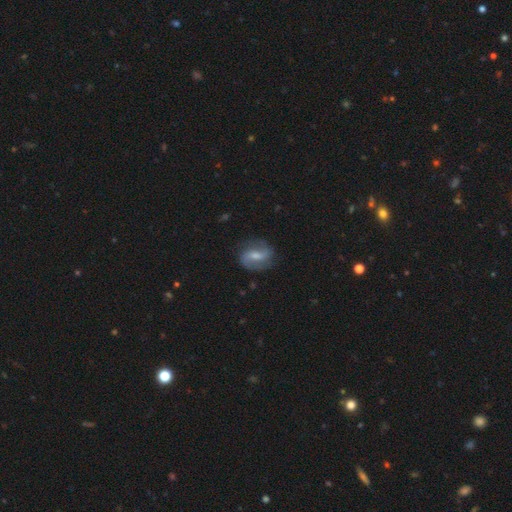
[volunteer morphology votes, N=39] Smooth or featured? featured or disk (77%)
Edge-on disk? no (90%)
Bar? weak (63%)
Spiral arms? yes (89%)
Spiral winding? loose (67%)
Spiral arm count? 2 (92%)
Bulge size? small (48%)
Merging? none (65%)